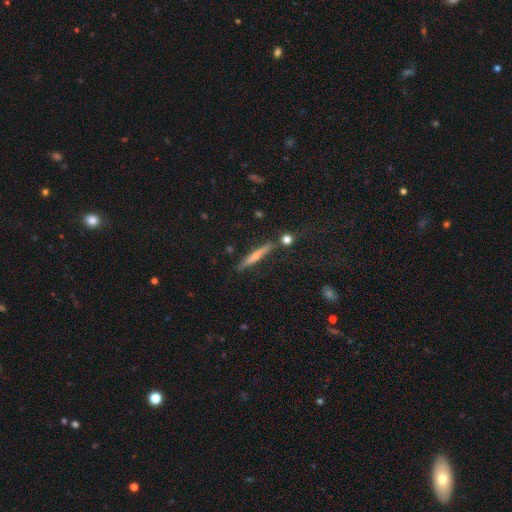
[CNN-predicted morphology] type=smooth (51%); roundness=cigar-shaped (93%); merging=none (82%).